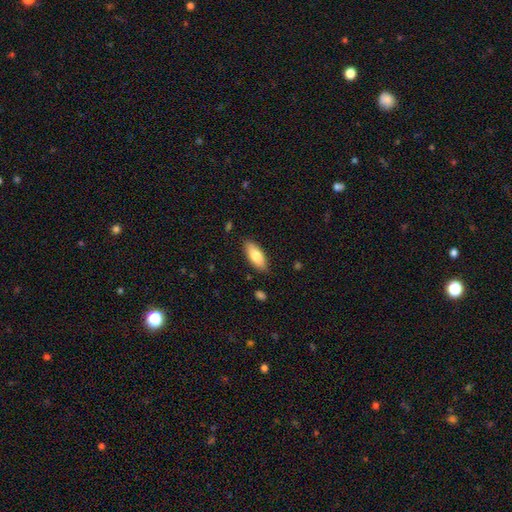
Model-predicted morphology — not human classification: type=smooth (81%); roundness=in between (80%); merging=none (85%).